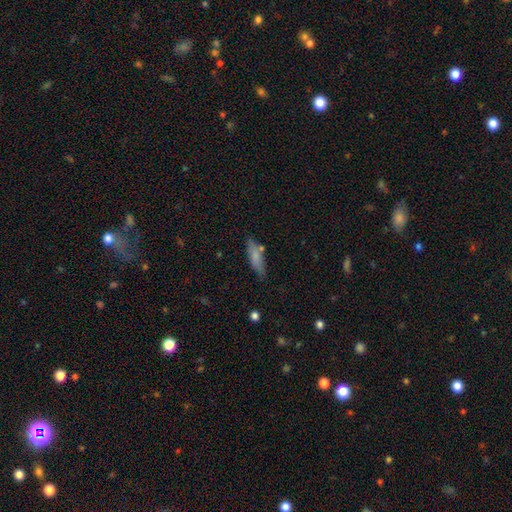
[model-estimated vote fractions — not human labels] A smooth galaxy with no disk features (77%) that is cigar-shaped (57%).

Vote fractions:
- Smooth or featured? smooth: 77% / featured or disk: 16% / star or artifact: 7%
- How rounded? cigar-shaped: 57% / in between: 41% / round: 2%
- Merging? none: 71% / minor disturbance: 18% / merger: 7% / major disturbance: 4%